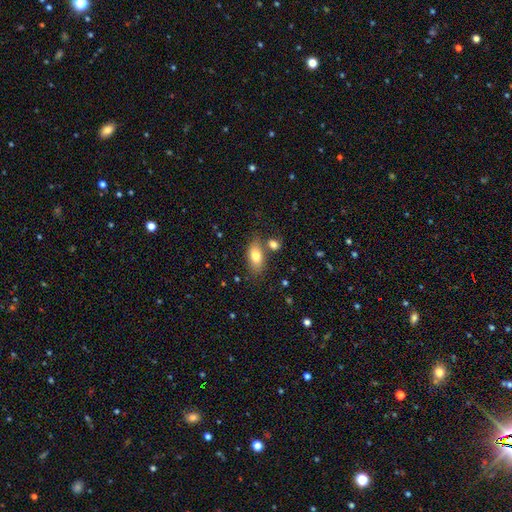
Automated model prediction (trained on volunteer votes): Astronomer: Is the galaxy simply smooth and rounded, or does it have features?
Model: smooth — 77%.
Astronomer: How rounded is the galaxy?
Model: in between — 86%.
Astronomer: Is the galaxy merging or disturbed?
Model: none — 68%.